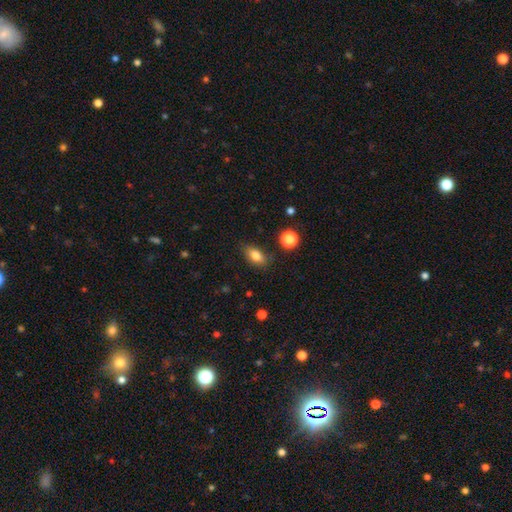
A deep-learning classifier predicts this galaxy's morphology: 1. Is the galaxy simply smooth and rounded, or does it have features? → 80% smooth, 11% featured or disk, 9% star or artifact.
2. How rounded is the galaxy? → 83% in between, 9% round, 8% cigar-shaped.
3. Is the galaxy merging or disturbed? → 81% none, 13% minor disturbance, 3% major disturbance, 2% merger.